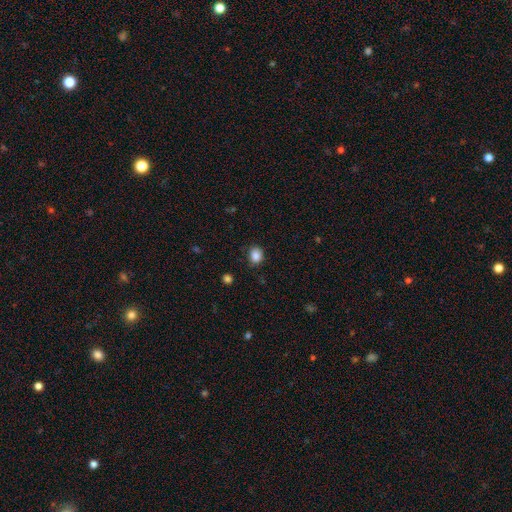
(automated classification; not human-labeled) Morphology: type=smooth (86%); roundness=round (61%); merging=none (82%).